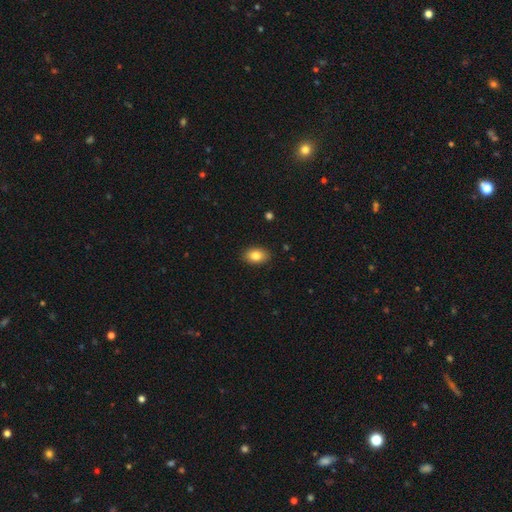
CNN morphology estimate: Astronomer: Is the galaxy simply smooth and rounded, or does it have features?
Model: smooth — 84%.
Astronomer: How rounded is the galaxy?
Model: in between — 86%.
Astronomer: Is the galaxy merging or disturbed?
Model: none — 88%.